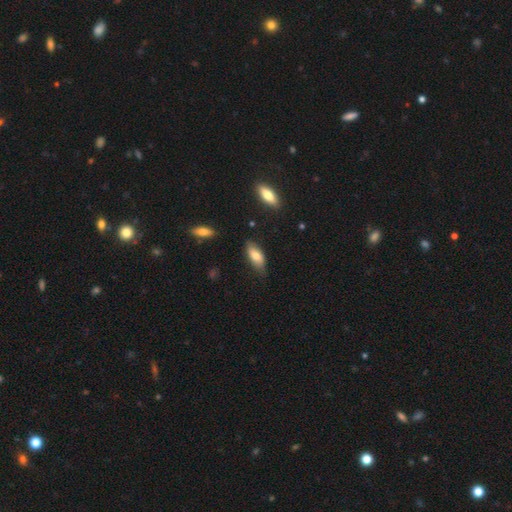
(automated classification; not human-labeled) Overall: smooth (75%). How rounded: in between (82%). Merging: none (74%).